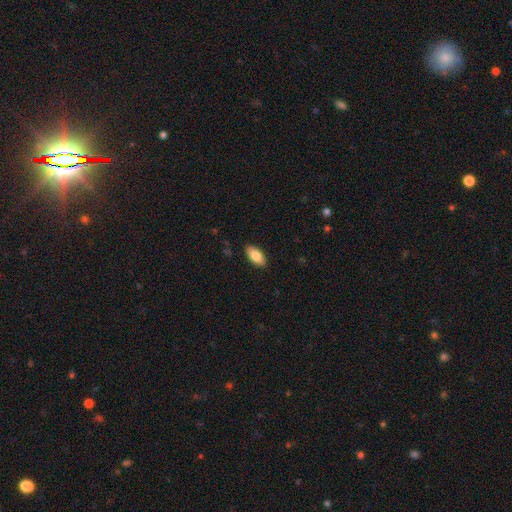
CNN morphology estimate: smooth-or-featured: smooth: 83% | featured or disk: 10% | star or artifact: 6%
  how-rounded: in between: 92% | cigar-shaped: 5% | round: 3%
  merging: none: 89% | minor disturbance: 8% | major disturbance: 2% | merger: 1%